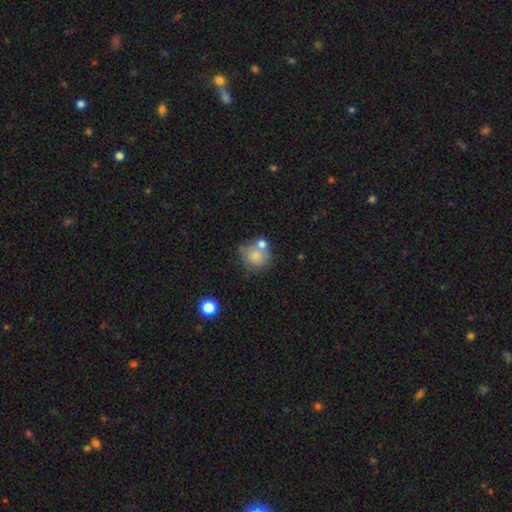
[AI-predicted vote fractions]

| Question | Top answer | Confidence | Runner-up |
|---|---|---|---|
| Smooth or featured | smooth | 75% | featured or disk (16%) |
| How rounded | round | 84% | in between (15%) |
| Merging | none | 44% | merger (33%) |